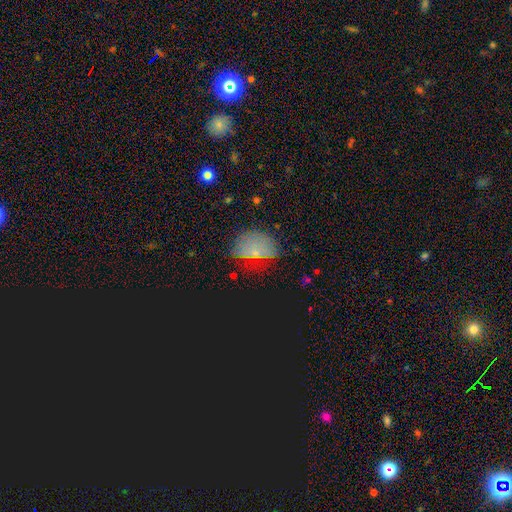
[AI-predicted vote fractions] star or artifact 51%, smooth 34%, featured or disk 15%.